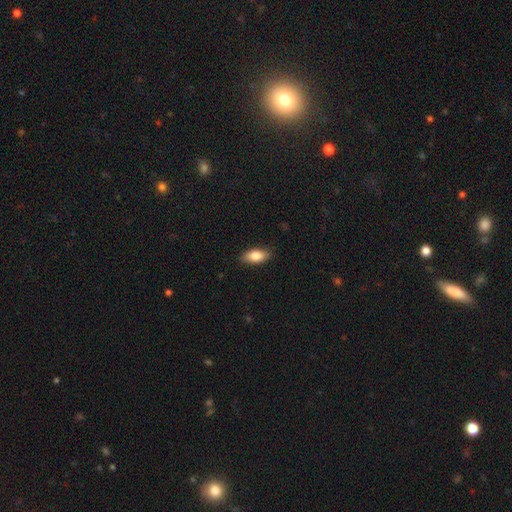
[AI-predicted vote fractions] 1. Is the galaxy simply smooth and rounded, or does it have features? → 83% smooth, 10% featured or disk, 7% star or artifact.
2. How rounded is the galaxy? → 88% in between, 9% cigar-shaped, 4% round.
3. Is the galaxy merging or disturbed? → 86% none, 11% minor disturbance, 2% major disturbance, 1% merger.